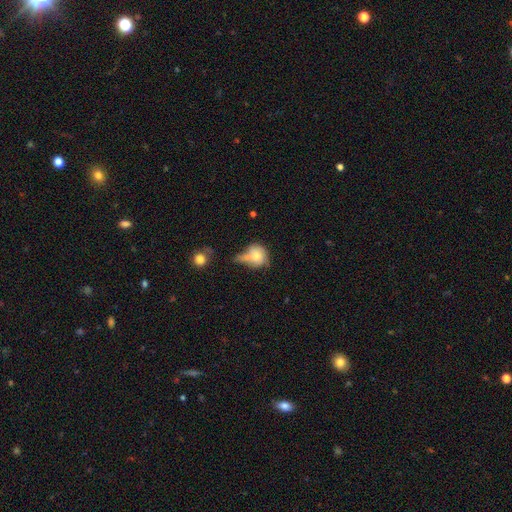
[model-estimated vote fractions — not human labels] This is likely a smooth galaxy (68%). How rounded: likely round (70%). Merging: marginally none (28%).